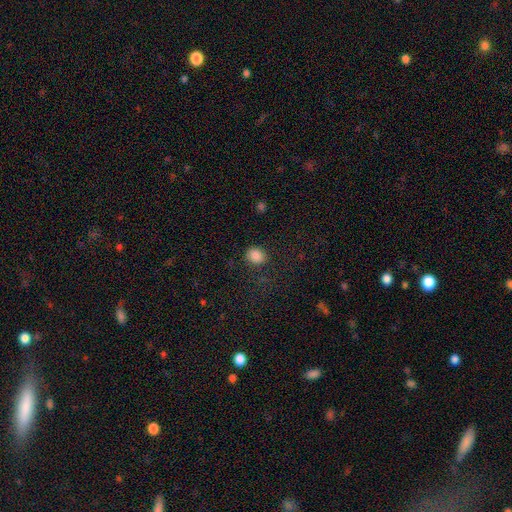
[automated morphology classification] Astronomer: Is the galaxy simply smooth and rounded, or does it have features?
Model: smooth — 86%.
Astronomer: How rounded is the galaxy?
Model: round — 69%.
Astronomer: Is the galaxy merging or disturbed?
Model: none — 84%.